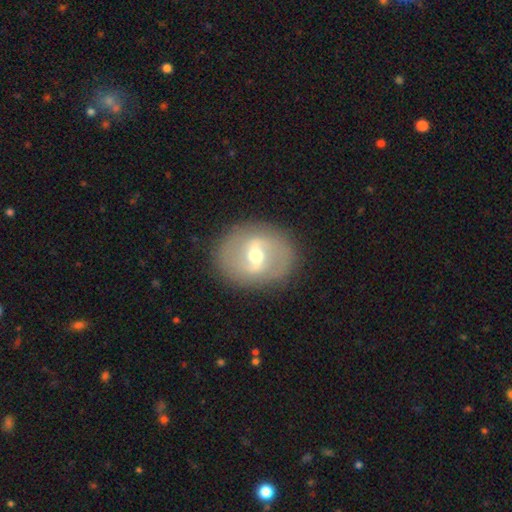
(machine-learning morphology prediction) Smooth or featured?
  - featured or disk: 75% *
  - smooth: 19%
  - star or artifact: 6%
Edge-on disk?
  - no: 96% *
  - yes: 4%
Bar?
  - weak: 48% *
  - strong: 36%
  - no: 16%
Spiral arms?
  - yes: 72% *
  - no: 28%
Spiral winding?
  - medium: 43% *
  - loose: 34%
  - tight: 23%
Spiral arm count?
  - 2: 86% *
  - can't tell: 8%
  - 1: 2%
  - 3: 2%
  - 4: 1%
  - more than 4: 1%
Bulge size?
  - moderate: 65% *
  - small: 29%
  - large: 5%
  - dominant: 1%
  - none: 1%
Merging?
  - none: 86% *
  - minor disturbance: 9%
  - major disturbance: 4%
  - merger: 1%